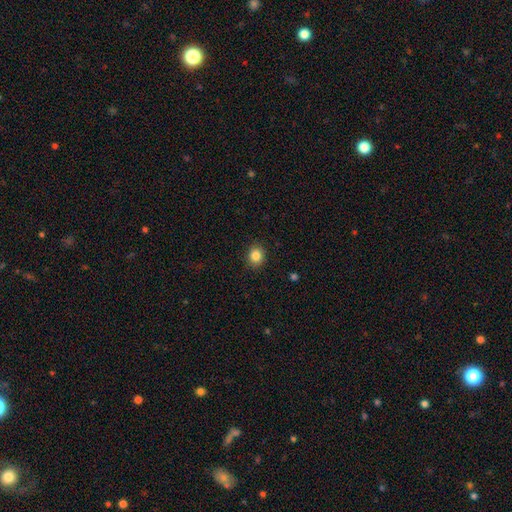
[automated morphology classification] A smooth galaxy with no disk features (85%) that is round (72%). Merging: none (90%).